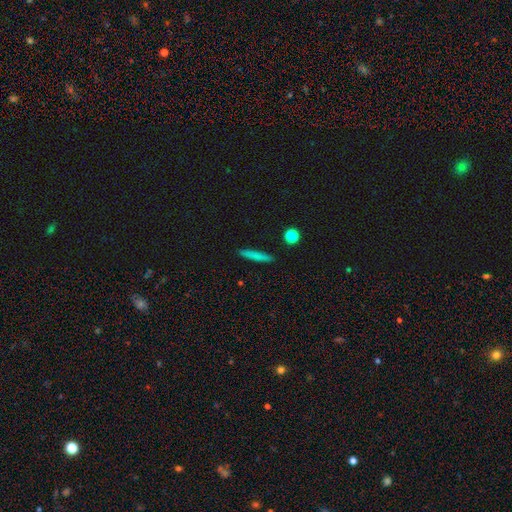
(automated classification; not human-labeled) smooth-or-featured: smooth: 75% | featured or disk: 18% | star or artifact: 7%
  how-rounded: cigar-shaped: 93% | in between: 5% | round: 2%
  merging: none: 90% | minor disturbance: 7% | major disturbance: 2% | merger: 2%